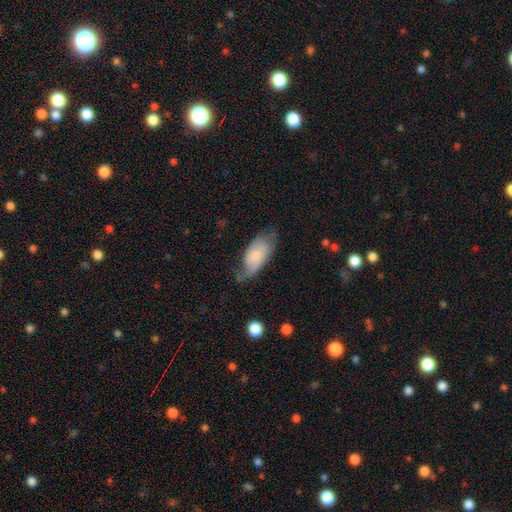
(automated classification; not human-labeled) Q: Smooth or featured?
A: smooth (58%); runner-up: featured or disk (35%)
Q: How rounded?
A: in between (90%); runner-up: cigar-shaped (7%)
Q: Merging?
A: none (48%); runner-up: minor disturbance (34%)